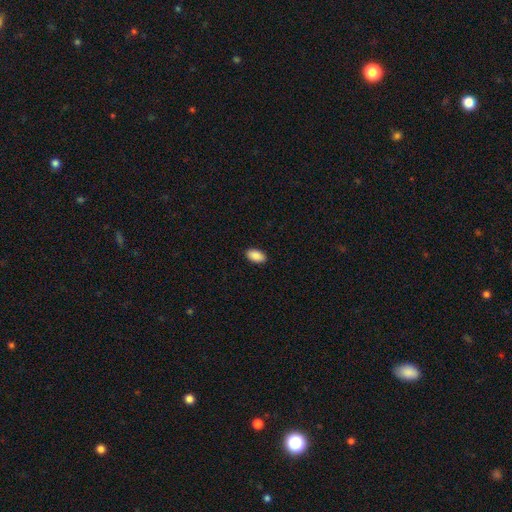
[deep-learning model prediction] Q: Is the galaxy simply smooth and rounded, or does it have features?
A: smooth — 90%.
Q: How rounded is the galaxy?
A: in between — 95%.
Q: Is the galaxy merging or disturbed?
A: none — 90%.